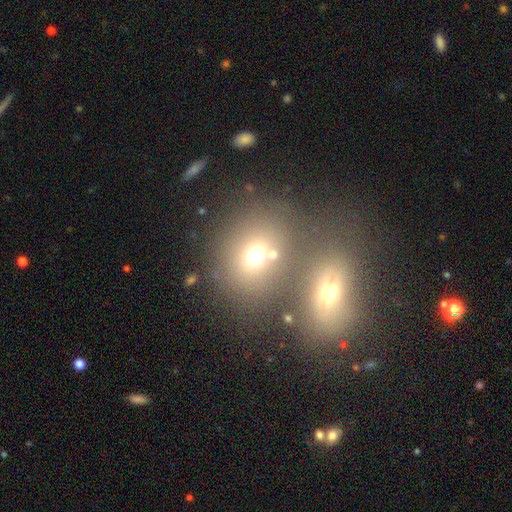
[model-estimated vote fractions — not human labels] The model was most divided on "merging" (2-way tie): merger: 43%, none: 43%, minor disturbance: 9%, major disturbance: 5%. More confident: smooth or featured — smooth (65%); how rounded — round (65%).